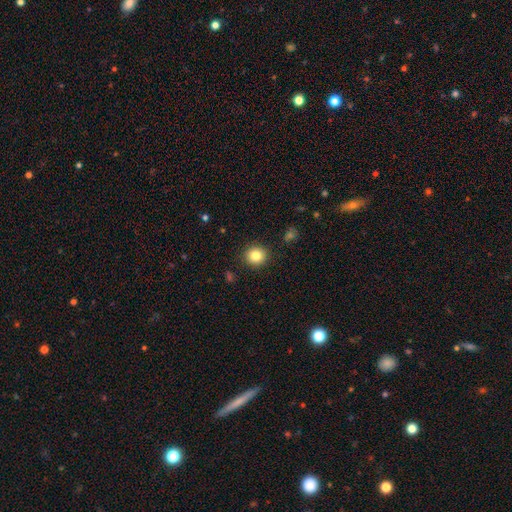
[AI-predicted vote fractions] This appears to be a smooth galaxy with no disk features (83%) that is round (90%). Merging: none (91%).